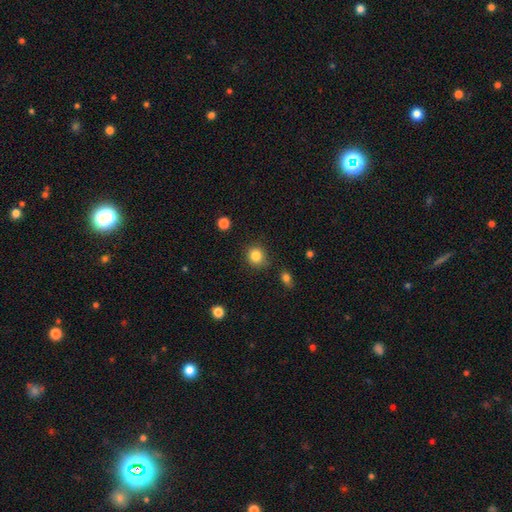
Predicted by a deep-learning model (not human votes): smooth 84%, star or artifact 10%, featured or disk 5%. Down the decision tree: how rounded — round (90%); merging — none (83%).